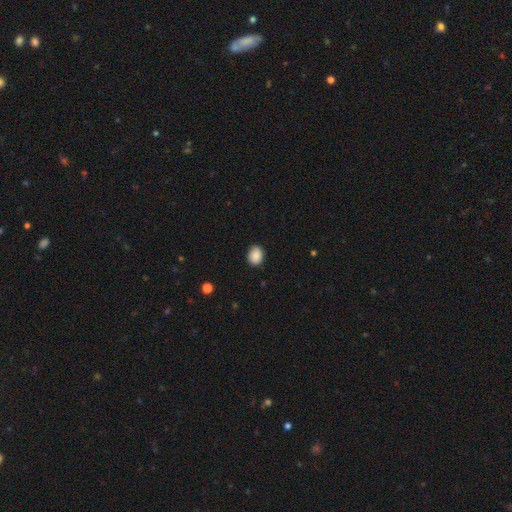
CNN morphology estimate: smooth-or-featured: smooth: 88% | star or artifact: 8% | featured or disk: 4%
  how-rounded: in between: 58% | round: 42% | cigar-shaped: 1%
  merging: none: 87% | minor disturbance: 10% | major disturbance: 2% | merger: 1%